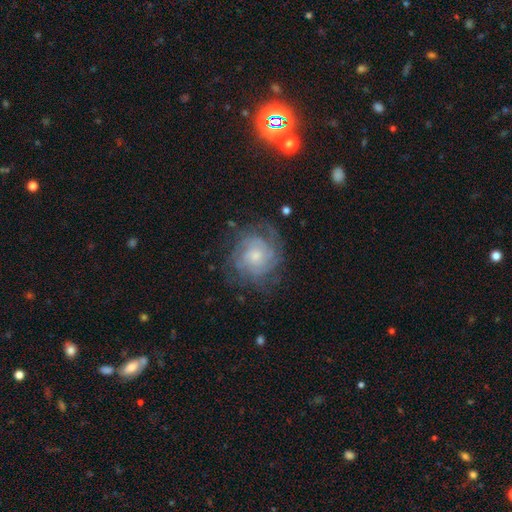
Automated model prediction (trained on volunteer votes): Morphology: type=featured or disk (73%); edge-on=no (98%); bar=no (76%); spiral arms=yes (90%); winding=tight (65%); arm count=can't tell (49%); bulge=small (50%); merging=none (70%).